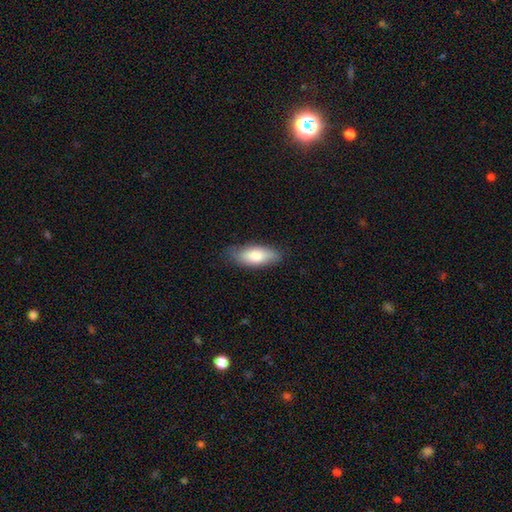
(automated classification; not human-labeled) Q: Smooth or featured?
A: smooth (77%); runner-up: featured or disk (17%)
Q: How rounded?
A: in between (81%); runner-up: cigar-shaped (17%)
Q: Merging?
A: none (78%); runner-up: minor disturbance (18%)